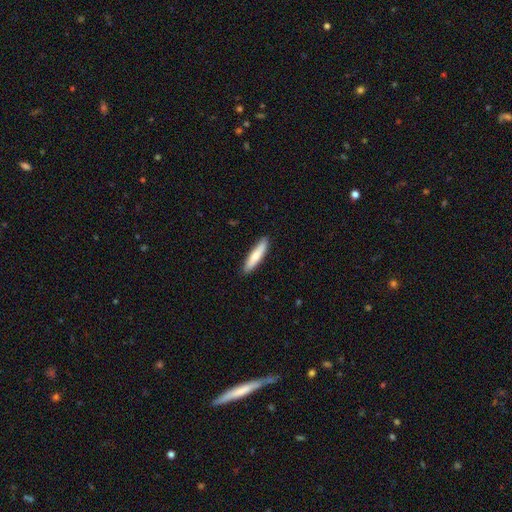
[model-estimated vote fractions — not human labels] smooth 74%, featured or disk 21%, star or artifact 5%. Down the decision tree: how rounded — cigar-shaped (83%); merging — none (89%).